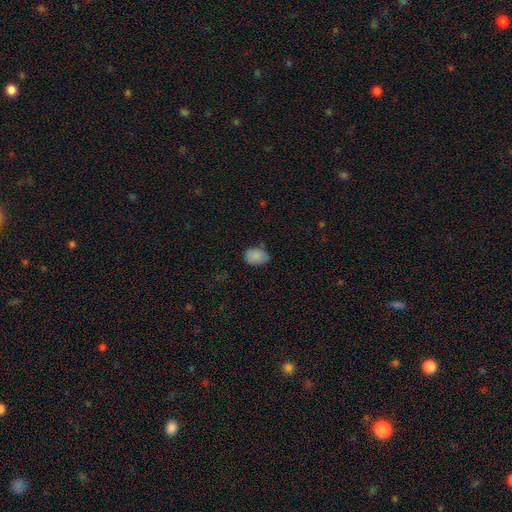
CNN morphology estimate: This appears to be a smooth galaxy with no disk features (87%) that is in between round and cigar-shaped (72%). Merging: none (69%).